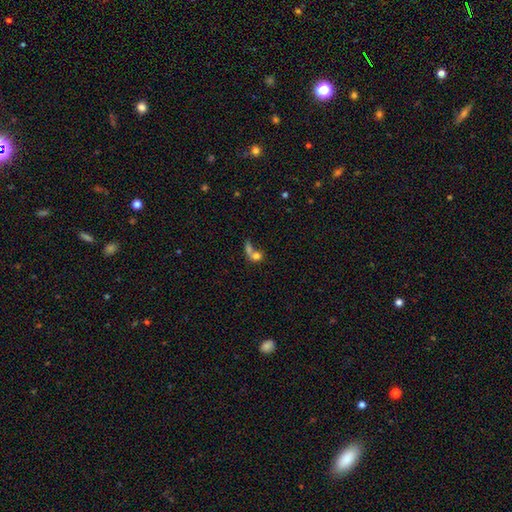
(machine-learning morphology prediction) A smooth galaxy with no disk features (57%) that is round (53%). Merging: merger (53%).